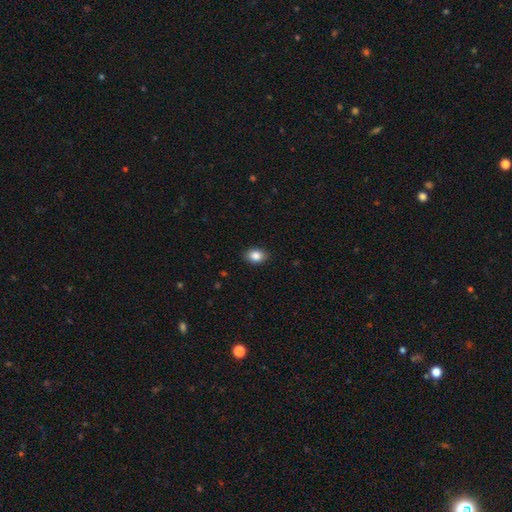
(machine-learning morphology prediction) Smooth or featured? smooth (86%)
How rounded? in between (72%)
Merging? none (88%)